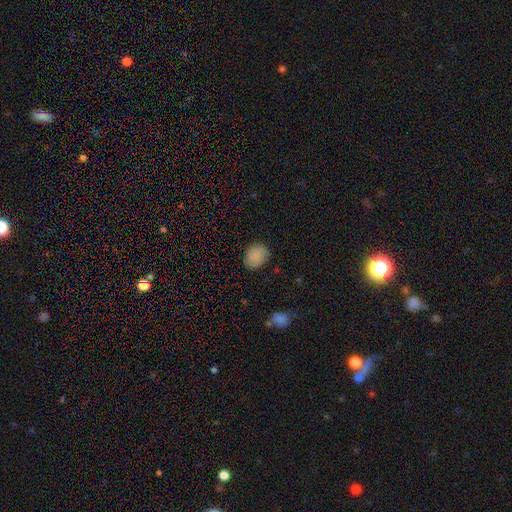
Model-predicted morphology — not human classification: The model was most divided on "how rounded": in between: 55%, round: 44%, cigar-shaped: 1%. More confident: smooth or featured — smooth (86%); merging — none (82%).